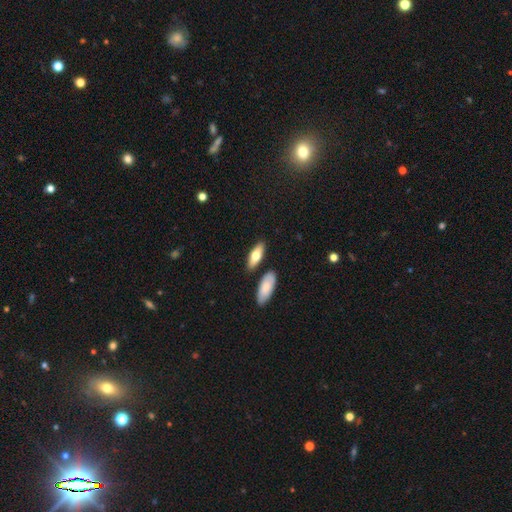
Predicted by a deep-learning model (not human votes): smooth_or_featured: smooth (p=0.68) [alt: featured or disk p=0.26]
how_rounded: in between (p=0.70) [alt: cigar-shaped p=0.28]
merging: none (p=0.81) [alt: minor disturbance p=0.10]